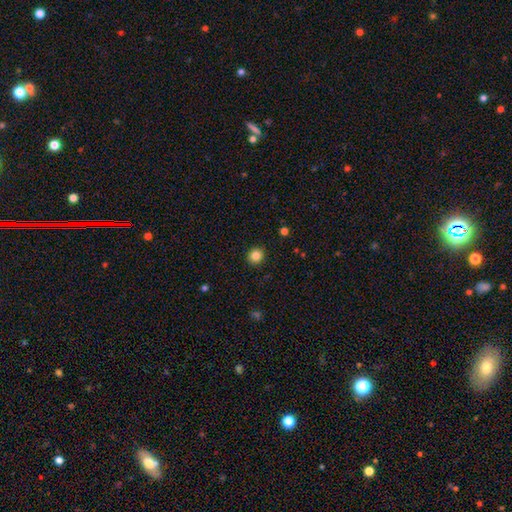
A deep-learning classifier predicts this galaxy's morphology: A smooth galaxy with no disk features (84%) that is round (87%). Merging: none (92%).